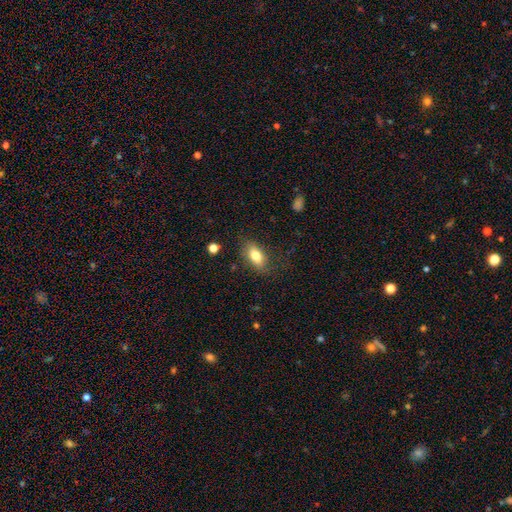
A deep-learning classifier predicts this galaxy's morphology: smooth 79%, featured or disk 13%, star or artifact 8%. Down the decision tree: how rounded — in between (86%); merging — none (78%).